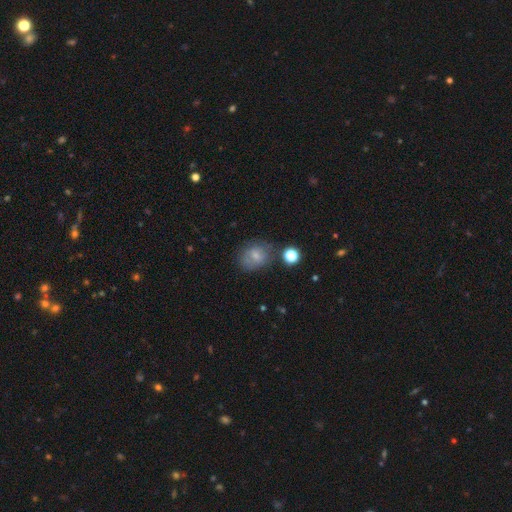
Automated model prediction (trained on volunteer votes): Smooth or featured? smooth (69%)
How rounded? round (55%)
Merging? none (61%)